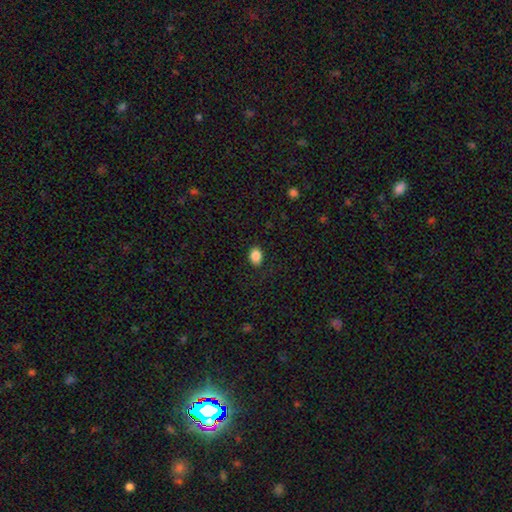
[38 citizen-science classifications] Overall: smooth (89%). How rounded: in between (76%). Merging: none (86%).